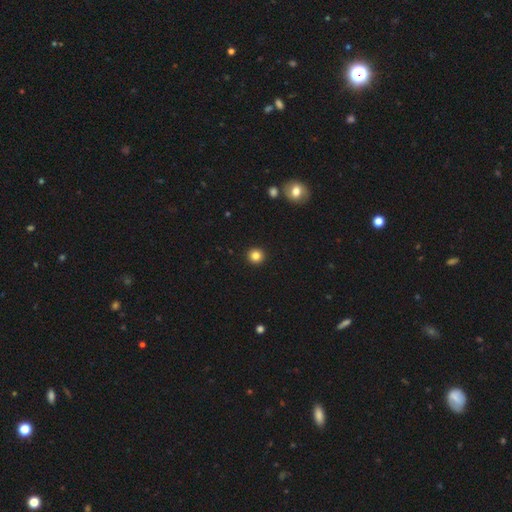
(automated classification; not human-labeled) A smooth galaxy with no disk features (83%) that is round (95%).

Vote fractions:
- Smooth or featured? smooth: 83% / star or artifact: 11% / featured or disk: 5%
- How rounded? round: 95% / in between: 4% / cigar-shaped: 1%
- Merging? none: 94% / minor disturbance: 4% / major disturbance: 1% / merger: 1%